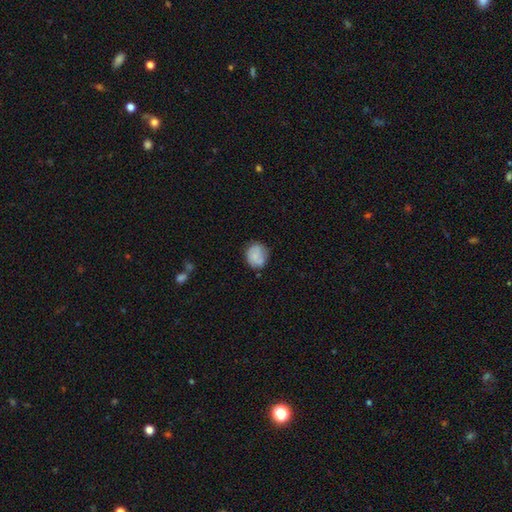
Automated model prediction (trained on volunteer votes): Smooth or featured?
  - smooth: 73% *
  - featured or disk: 19%
  - star or artifact: 8%
How rounded?
  - round: 75% *
  - in between: 24%
  - cigar-shaped: 1%
Merging?
  - none: 71% *
  - minor disturbance: 21%
  - major disturbance: 5%
  - merger: 3%